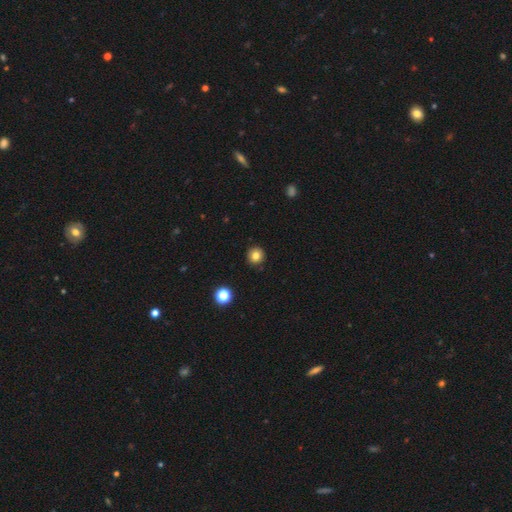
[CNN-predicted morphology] Smooth or featured? smooth (82%)
How rounded? round (94%)
Merging? none (92%)